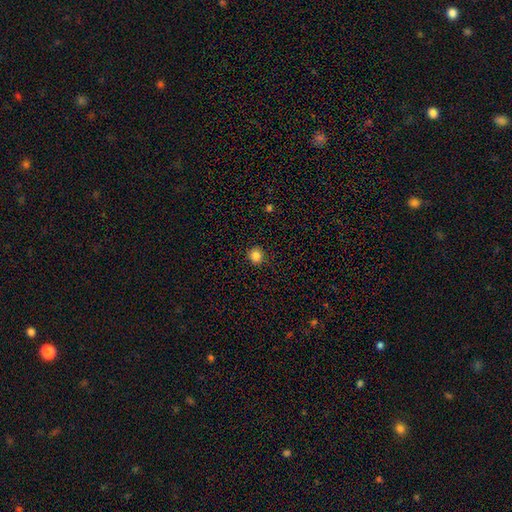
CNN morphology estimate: This appears to be a smooth galaxy with no disk features (84%) that is round (92%). Merging: none (91%).